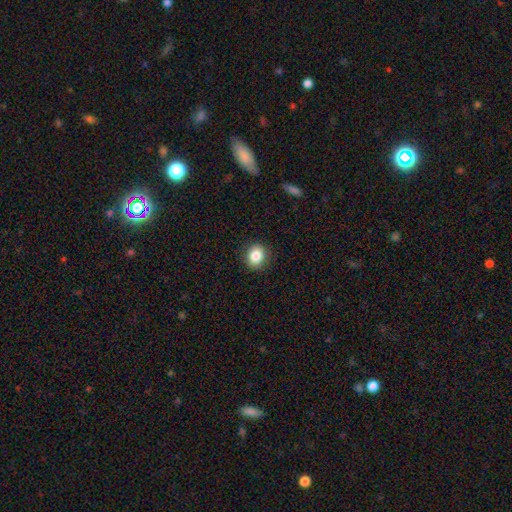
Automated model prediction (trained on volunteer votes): Smooth or featured? smooth (85%)
How rounded? round (67%)
Merging? none (89%)